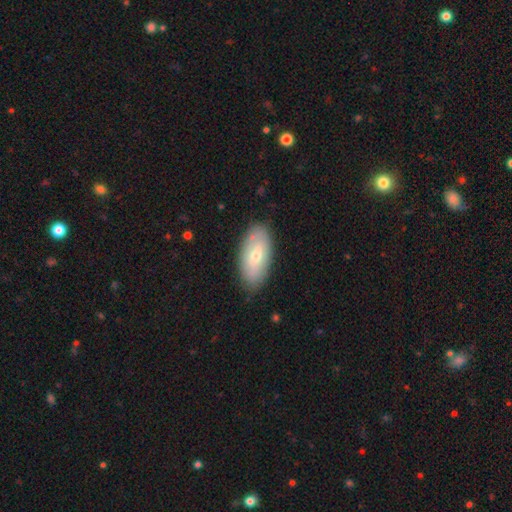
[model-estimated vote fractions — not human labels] Smooth or featured? Predicted: smooth (p=0.59). How rounded? Predicted: in between (p=0.91). Merging? Predicted: none (p=0.84).